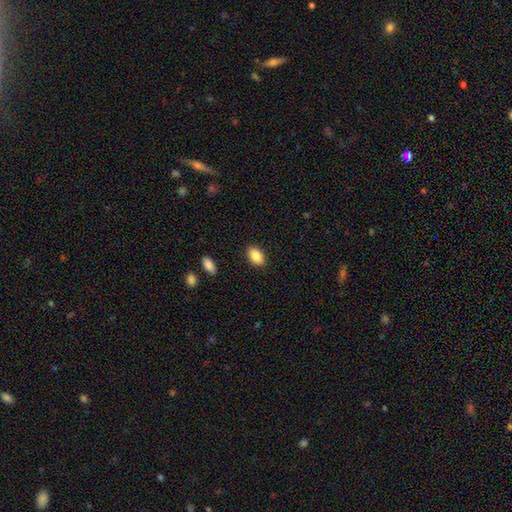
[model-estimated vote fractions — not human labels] Smooth or featured: smooth — 87% (star or artifact — 7%)
How rounded: in between — 90% (round — 8%)
Merging: none — 88% (minor disturbance — 8%)